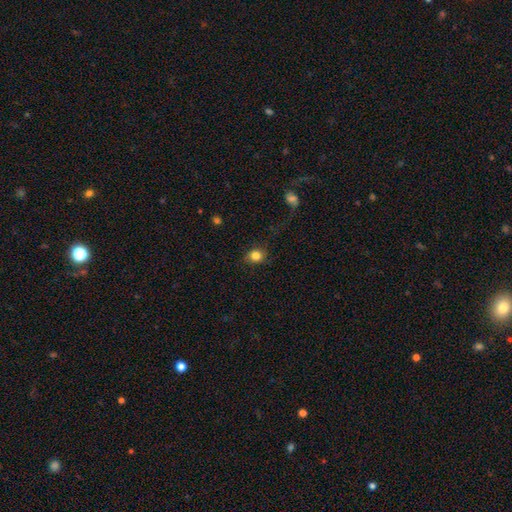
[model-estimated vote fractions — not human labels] A smooth galaxy with no disk features (83%) that is round (65%). Merging: none (78%).